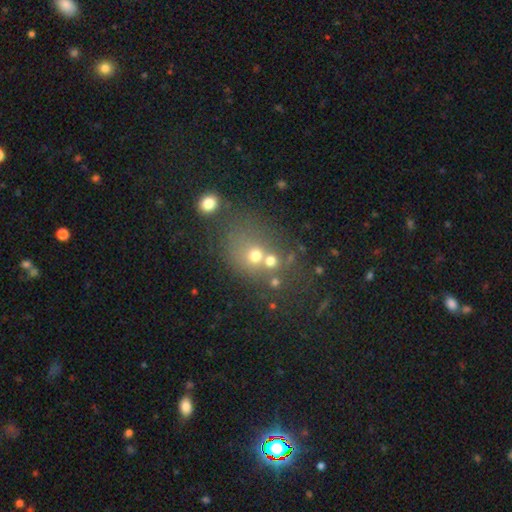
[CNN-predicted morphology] Smooth or featured? Predicted: smooth (p=0.57). How rounded? Predicted: round (p=0.67). Merging? Predicted: merger (p=0.41).